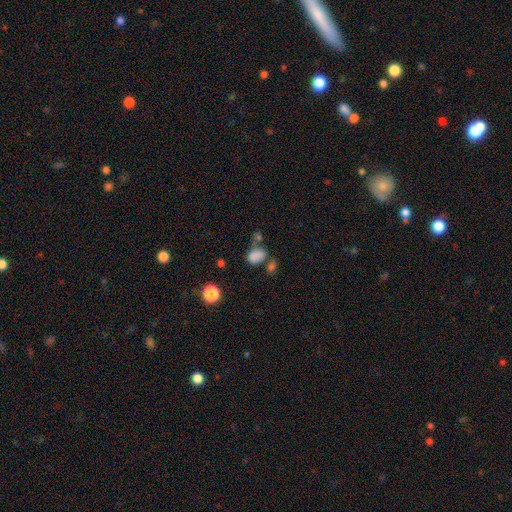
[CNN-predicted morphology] A smooth galaxy with no disk features (80%) that is in between round and cigar-shaped (77%).

Vote fractions:
- Smooth or featured? smooth: 80% / star or artifact: 13% / featured or disk: 7%
- How rounded? in between: 77% / round: 22% / cigar-shaped: 1%
- Merging? none: 47% / merger: 25% / minor disturbance: 18% / major disturbance: 10%